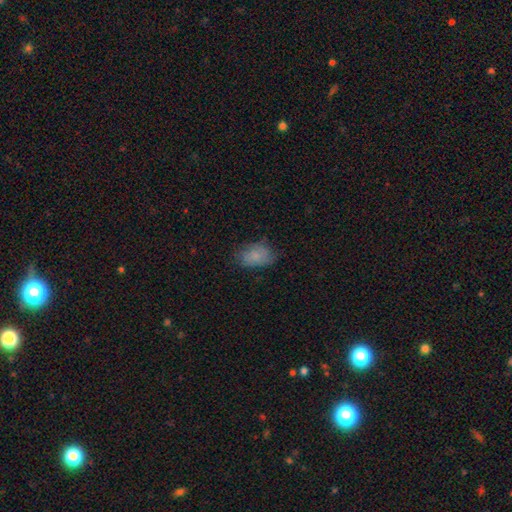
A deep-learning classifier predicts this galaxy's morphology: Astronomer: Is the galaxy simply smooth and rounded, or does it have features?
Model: smooth — 80%.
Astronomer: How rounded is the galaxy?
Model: in between — 86%.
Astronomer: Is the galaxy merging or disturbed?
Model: none — 66%.